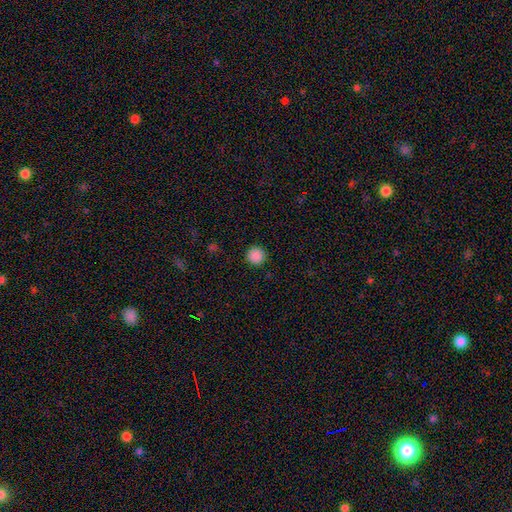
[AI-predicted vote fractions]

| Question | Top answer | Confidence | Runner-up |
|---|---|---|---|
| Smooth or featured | smooth | 88% | star or artifact (10%) |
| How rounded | round | 96% | in between (3%) |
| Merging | none | 92% | minor disturbance (5%) |